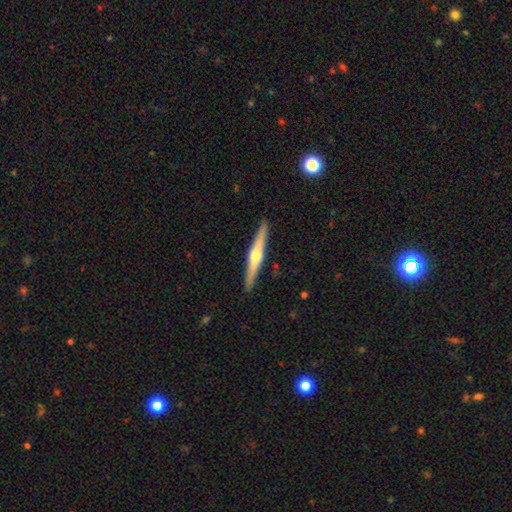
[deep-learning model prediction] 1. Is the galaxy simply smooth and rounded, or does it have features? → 69% featured or disk, 26% smooth, 5% star or artifact.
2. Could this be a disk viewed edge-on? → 98% yes, 2% no.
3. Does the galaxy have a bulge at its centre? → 92% rounded, 5% none, 4% boxy.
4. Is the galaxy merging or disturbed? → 92% none, 6% minor disturbance, 1% major disturbance, 1% merger.